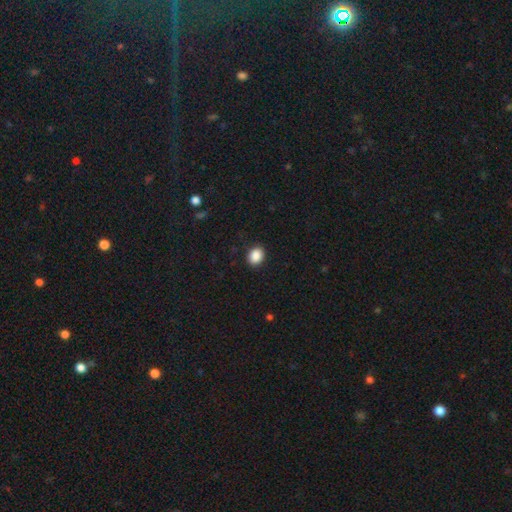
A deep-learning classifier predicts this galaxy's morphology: Smooth or featured? Predicted: smooth (p=0.89). How rounded? Predicted: round (p=0.51). Merging? Predicted: none (p=0.89).